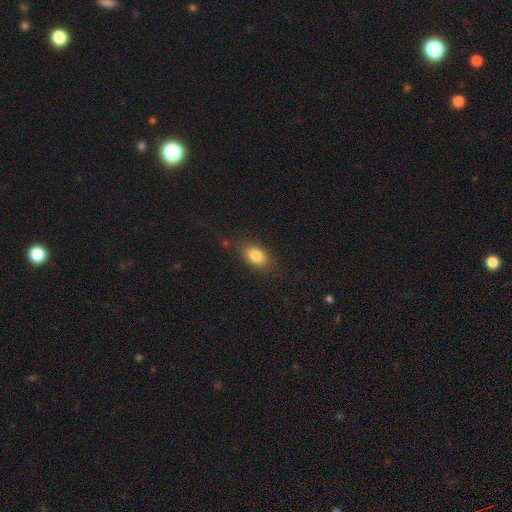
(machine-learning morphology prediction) A smooth galaxy with no disk features (83%) that is in between round and cigar-shaped (82%).

Vote fractions:
- Smooth or featured? smooth: 83% / star or artifact: 9% / featured or disk: 9%
- How rounded? in between: 82% / round: 14% / cigar-shaped: 3%
- Merging? none: 80% / minor disturbance: 14% / major disturbance: 4% / merger: 2%